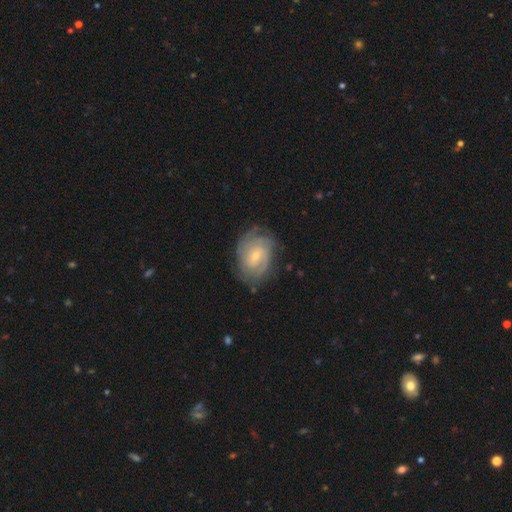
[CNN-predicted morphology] Q: Smooth or featured?
A: featured or disk (80%); runner-up: smooth (14%)
Q: Edge-on disk?
A: no (97%); runner-up: yes (3%)
Q: Bar?
A: weak (49%); runner-up: no (41%)
Q: Spiral arms?
A: yes (94%); runner-up: no (6%)
Q: Spiral winding?
A: tight (62%); runner-up: medium (30%)
Q: Spiral arm count?
A: can't tell (35%); runner-up: 2 (28%)
Q: Bulge size?
A: small (64%); runner-up: moderate (32%)
Q: Merging?
A: none (73%); runner-up: minor disturbance (19%)